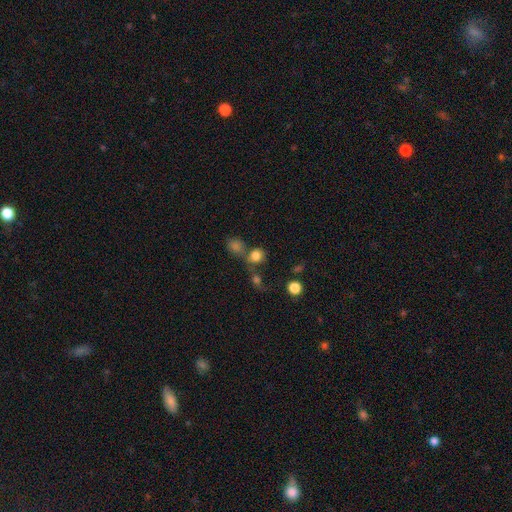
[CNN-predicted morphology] smooth-or-featured: smooth: 79% | star or artifact: 13% | featured or disk: 7%
  how-rounded: round: 77% | in between: 22% | cigar-shaped: 1%
  merging: none: 55% | merger: 28% | minor disturbance: 11% | major disturbance: 6%